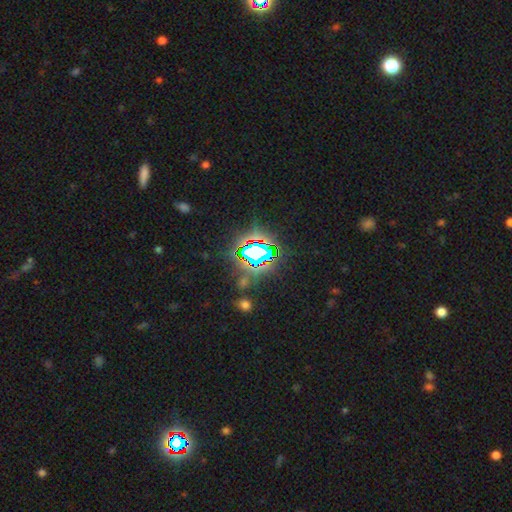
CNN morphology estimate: This appears to be a star or artifact, not a galaxy (77%).